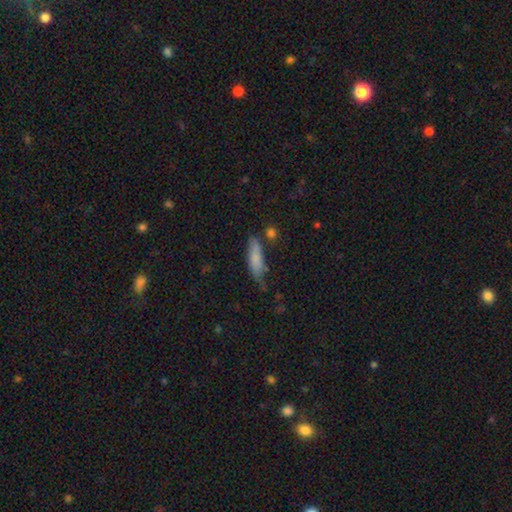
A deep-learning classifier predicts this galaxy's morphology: A smooth galaxy with no disk features (72%) that is cigar-shaped (62%). Merging: none (61%).